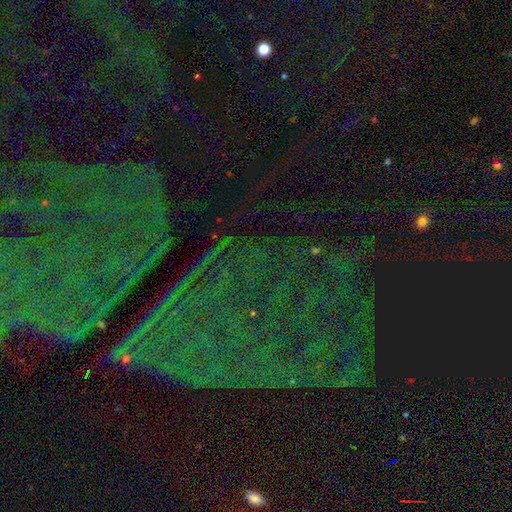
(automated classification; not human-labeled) Overall: star or artifact (82%).